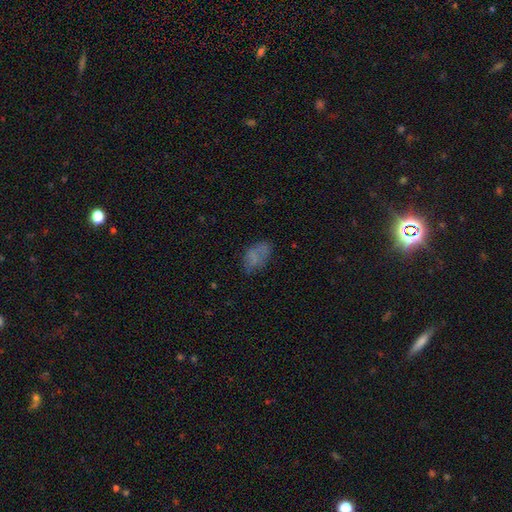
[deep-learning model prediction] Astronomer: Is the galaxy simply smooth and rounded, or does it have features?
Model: smooth — 66%.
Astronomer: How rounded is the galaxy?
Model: in between — 90%.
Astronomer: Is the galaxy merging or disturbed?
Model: none — 60%.